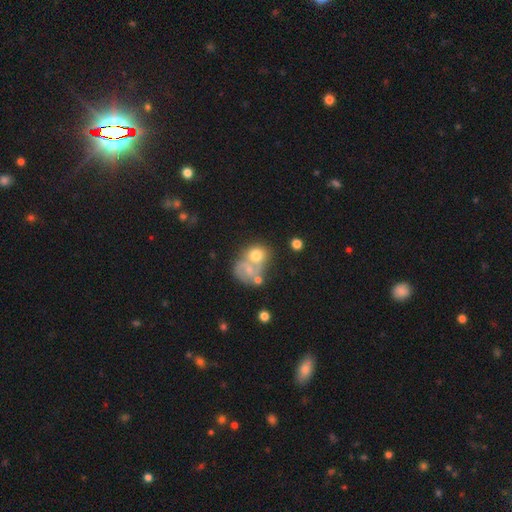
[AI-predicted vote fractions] Smooth or featured? smooth (56%)
How rounded? round (65%)
Merging? merger (51%)